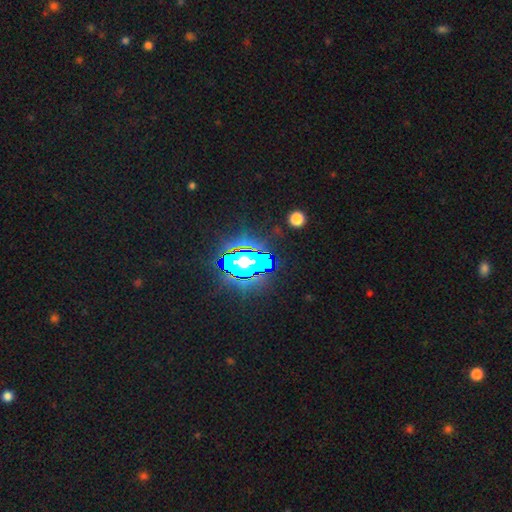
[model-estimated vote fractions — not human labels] A star or artifact, not a galaxy (71%).